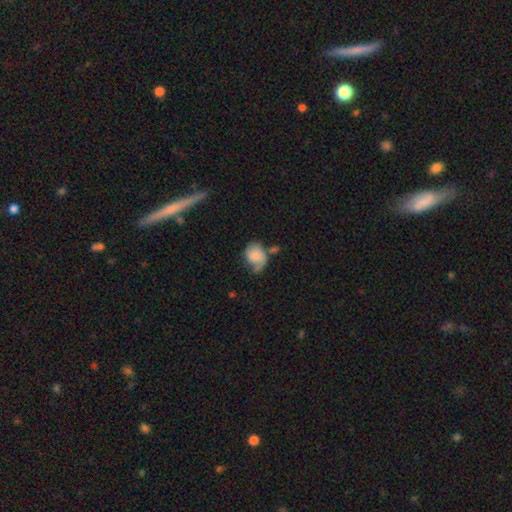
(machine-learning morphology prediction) A smooth galaxy with no disk features (54%) that is in between round and cigar-shaped (56%). Merging: none (38%).